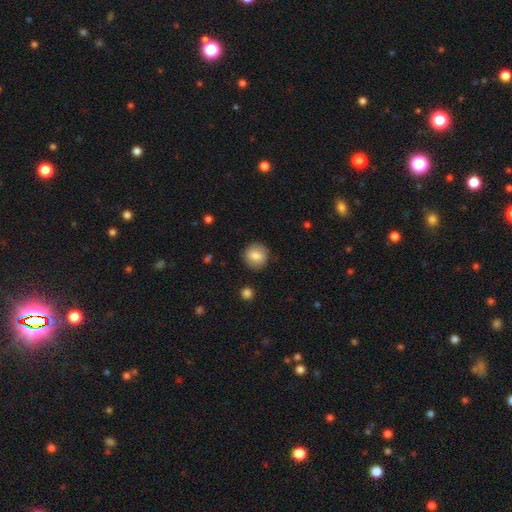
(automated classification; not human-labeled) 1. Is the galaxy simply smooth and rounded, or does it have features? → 84% smooth, 8% featured or disk, 8% star or artifact.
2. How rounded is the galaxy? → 89% round, 10% in between, 1% cigar-shaped.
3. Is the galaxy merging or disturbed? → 89% none, 8% minor disturbance, 2% major disturbance, 1% merger.